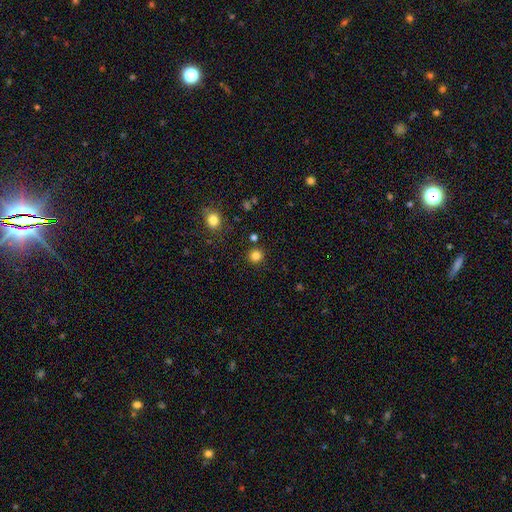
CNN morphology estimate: smooth_or_featured: smooth (p=0.82) [alt: star or artifact p=0.14]
how_rounded: round (p=0.93) [alt: in between p=0.06]
merging: none (p=0.88) [alt: minor disturbance p=0.06]